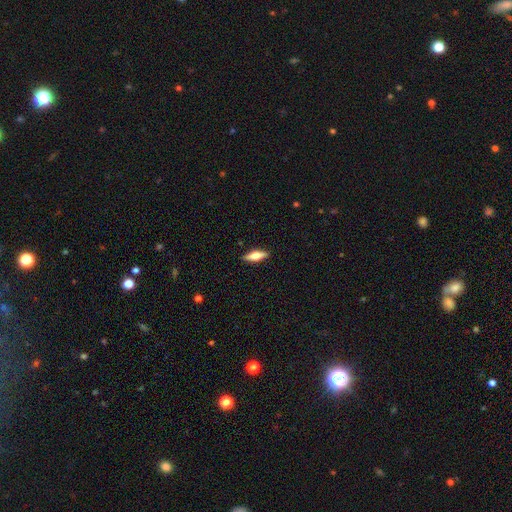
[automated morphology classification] type=smooth (51%); roundness=cigar-shaped (49%); merging=none (90%).